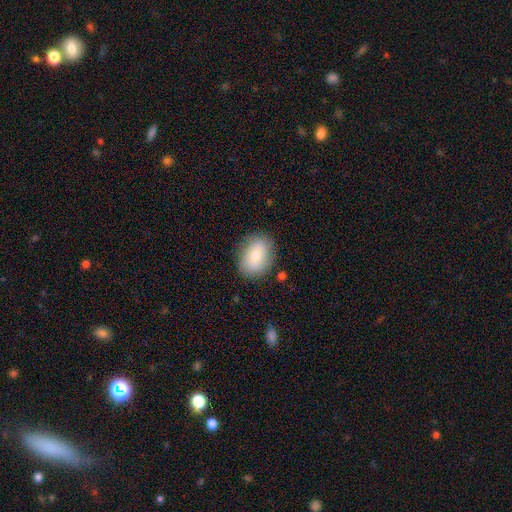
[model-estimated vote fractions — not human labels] Smooth or featured? Predicted: smooth (p=0.79). How rounded? Predicted: in between (p=0.76). Merging? Predicted: none (p=0.82).